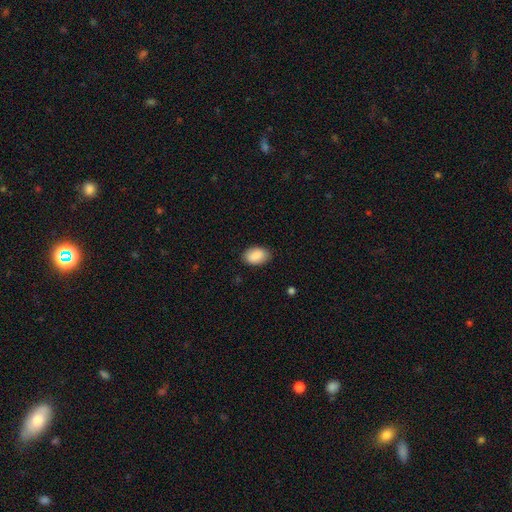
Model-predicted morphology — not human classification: smooth-or-featured: smooth: 89% | star or artifact: 6% | featured or disk: 5%
  how-rounded: in between: 89% | round: 9% | cigar-shaped: 1%
  merging: none: 84% | minor disturbance: 12% | major disturbance: 3% | merger: 1%